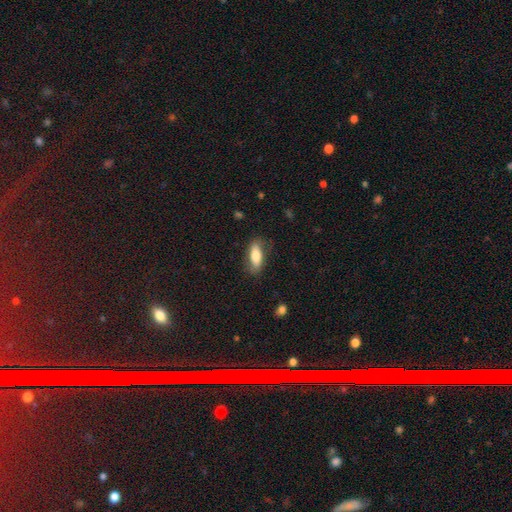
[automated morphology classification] Smooth or featured: smooth — 73% (featured or disk — 21%)
How rounded: in between — 66% (cigar-shaped — 32%)
Merging: none — 76% (minor disturbance — 17%)